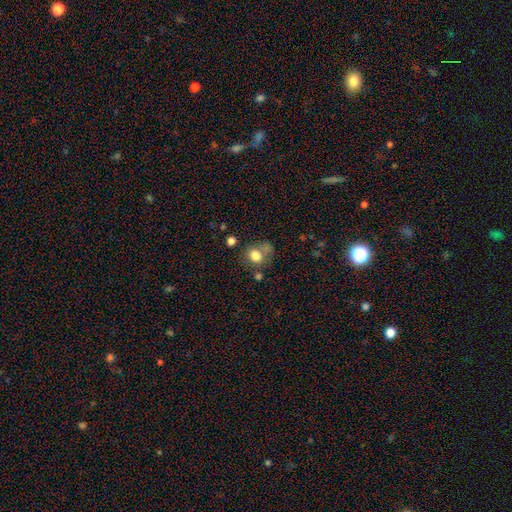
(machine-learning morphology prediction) A smooth galaxy with no disk features (78%) that is round (61%). Merging: none (48%).